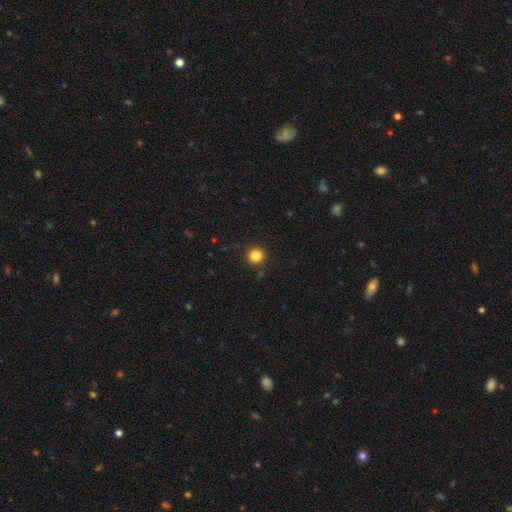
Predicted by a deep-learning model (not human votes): A smooth galaxy with no disk features (84%) that is round (95%).

Vote fractions:
- Smooth or featured? smooth: 84% / star or artifact: 12% / featured or disk: 4%
- How rounded? round: 95% / in between: 4% / cigar-shaped: 1%
- Merging? none: 90% / minor disturbance: 6% / major disturbance: 2% / merger: 2%